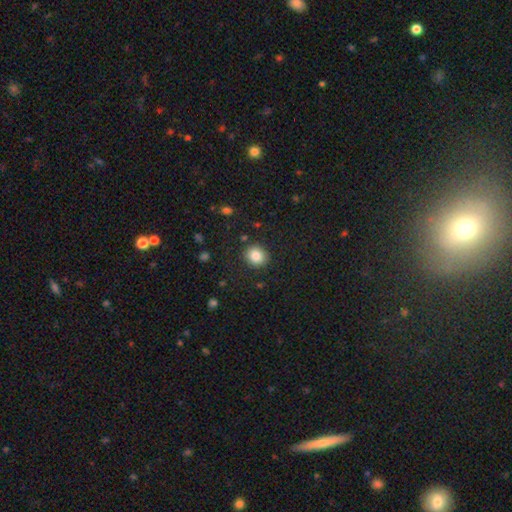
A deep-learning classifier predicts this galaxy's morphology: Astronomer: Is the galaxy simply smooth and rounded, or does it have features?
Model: smooth — 85%.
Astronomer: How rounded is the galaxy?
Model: round — 82%.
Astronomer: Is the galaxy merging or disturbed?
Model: none — 88%.